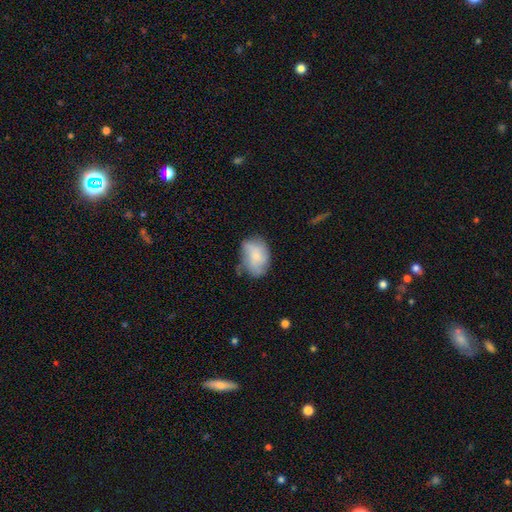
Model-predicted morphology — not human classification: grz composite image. It shows a smooth galaxy with no disk features (62%) that is in between round and cigar-shaped (71%). Merging: none (49%).